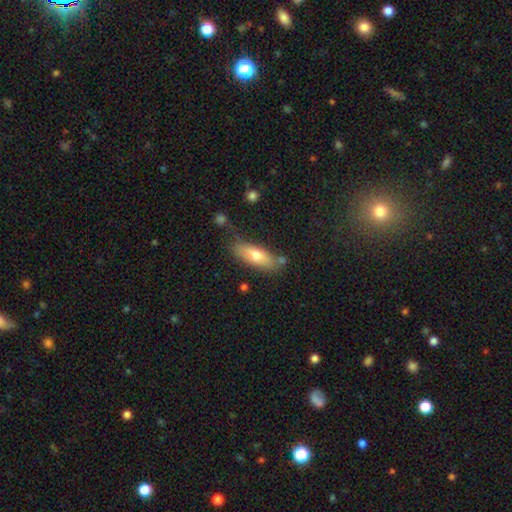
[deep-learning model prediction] Smooth or featured? smooth (68%)
How rounded? in between (56%)
Merging? none (68%)